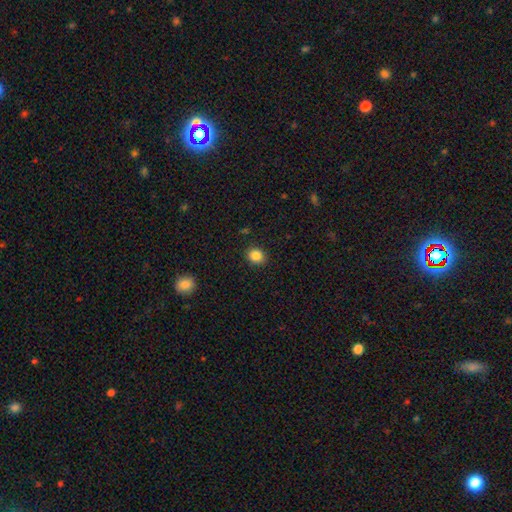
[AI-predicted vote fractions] Morphology: type=smooth (85%); roundness=round (73%); merging=none (90%).